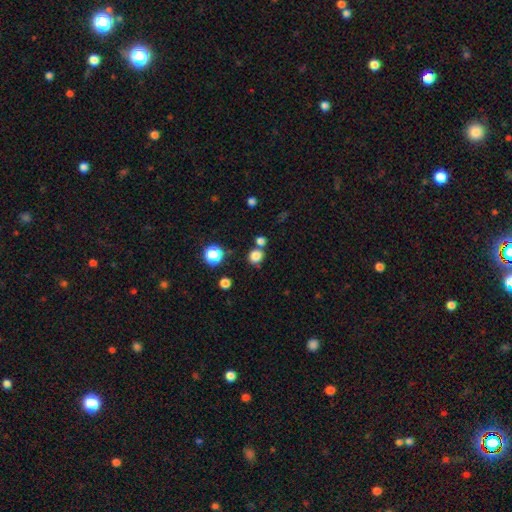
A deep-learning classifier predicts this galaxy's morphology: Smooth or featured? Predicted: smooth (p=0.81). How rounded? Predicted: round (p=0.88). Merging? Predicted: none (p=0.70).